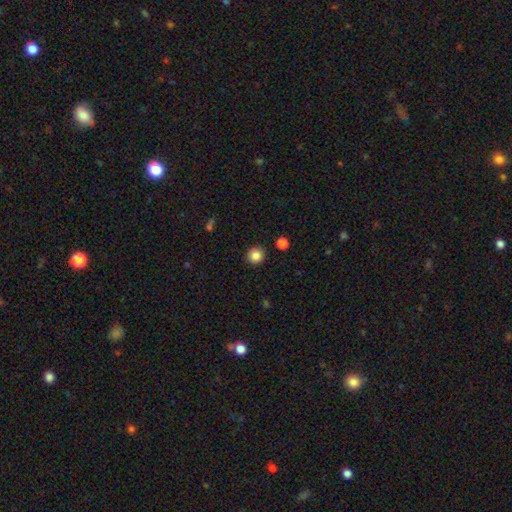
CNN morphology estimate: This is clearly a smooth galaxy (85%). How rounded: clearly round (91%). Merging: clearly none (91%).